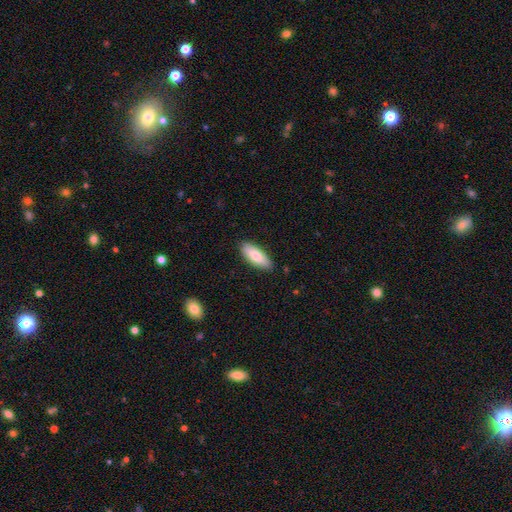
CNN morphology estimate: smooth-or-featured: smooth: 80% | featured or disk: 14% | star or artifact: 6%
  how-rounded: in between: 75% | cigar-shaped: 23% | round: 2%
  merging: none: 87% | minor disturbance: 10% | major disturbance: 2% | merger: 1%